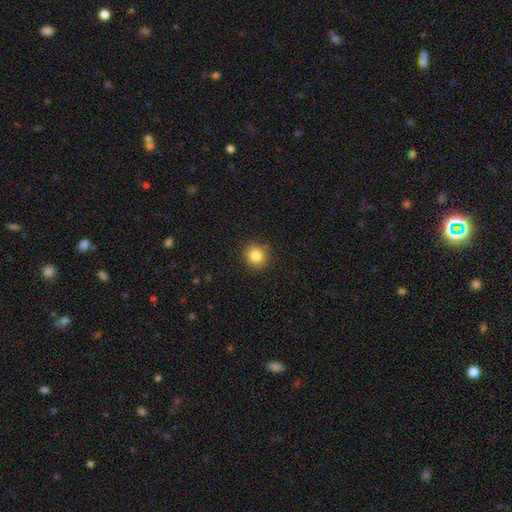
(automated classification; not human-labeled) Q: Smooth or featured?
A: smooth (84%); runner-up: star or artifact (11%)
Q: How rounded?
A: round (90%); runner-up: in between (9%)
Q: Merging?
A: none (90%); runner-up: minor disturbance (7%)